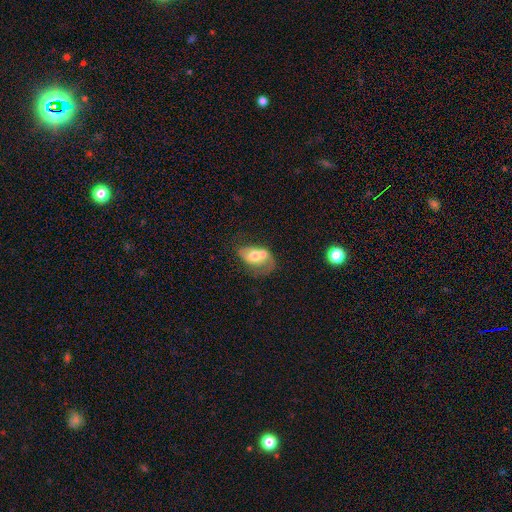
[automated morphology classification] type=smooth (48%); merging=merger (42%).